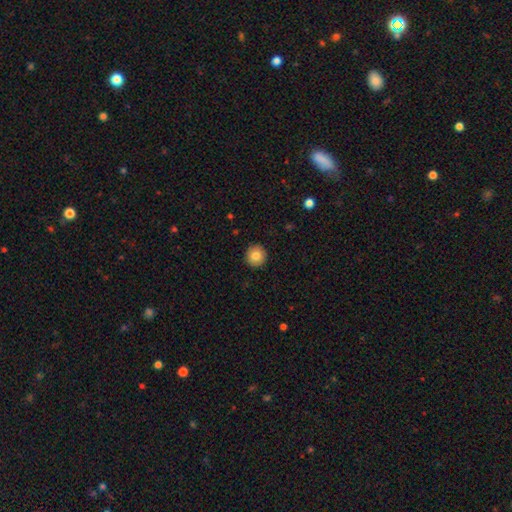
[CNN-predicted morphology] Smooth or featured: smooth — 83% (star or artifact — 8%)
How rounded: round — 95% (in between — 5%)
Merging: none — 92% (minor disturbance — 5%)